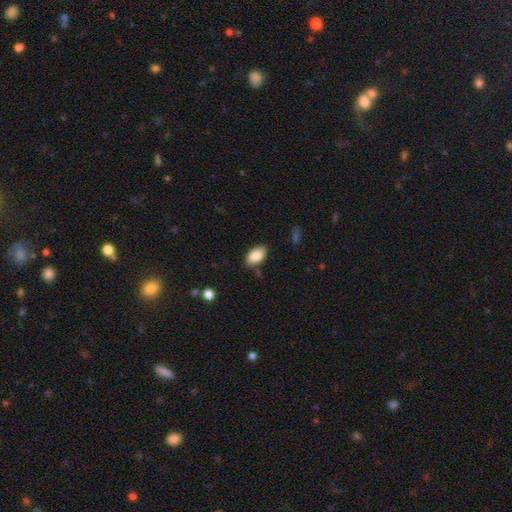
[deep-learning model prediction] smooth-or-featured: smooth: 84% | featured or disk: 9% | star or artifact: 7%
  how-rounded: in between: 93% | round: 6% | cigar-shaped: 2%
  merging: none: 82% | minor disturbance: 13% | major disturbance: 3% | merger: 2%